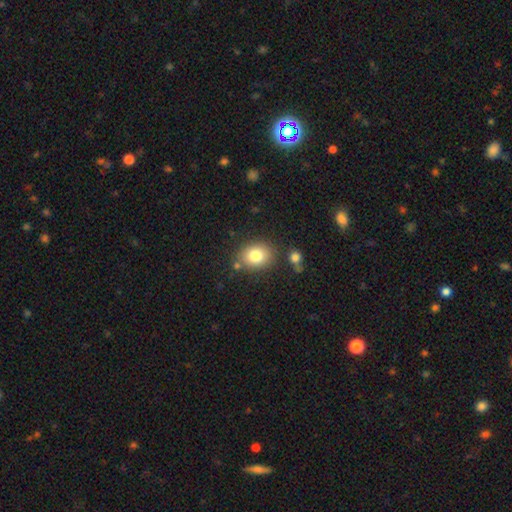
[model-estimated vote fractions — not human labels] smooth_or_featured: smooth (p=0.80) [alt: star or artifact p=0.10]
how_rounded: round (p=0.50) [alt: in between p=0.49]
merging: none (p=0.78) [alt: minor disturbance p=0.12]